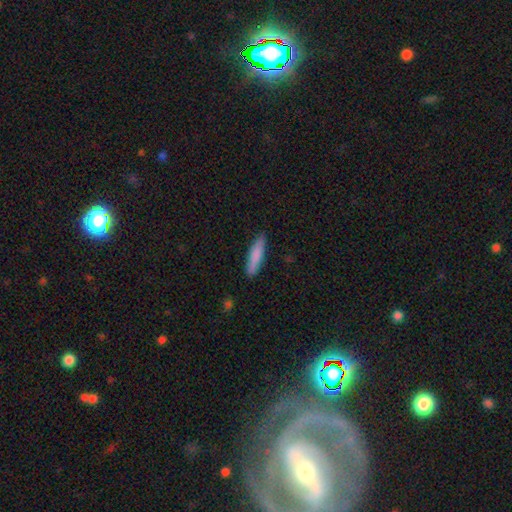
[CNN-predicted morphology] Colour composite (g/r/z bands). It shows a smooth galaxy with no disk features (81%) that is cigar-shaped (82%). Merging: none (85%).